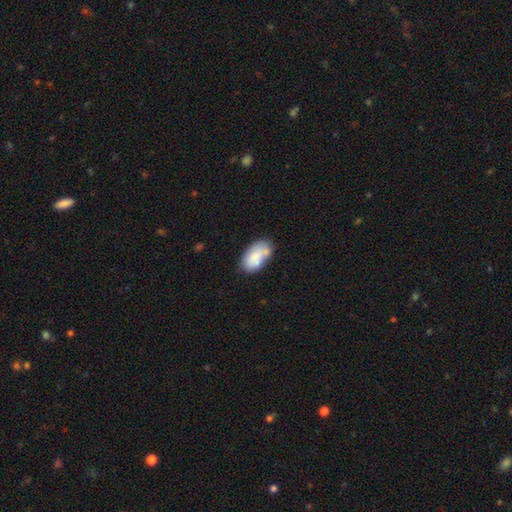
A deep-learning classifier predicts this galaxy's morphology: Smooth or featured: smooth — 73% (featured or disk — 20%)
How rounded: in between — 94% (round — 4%)
Merging: none — 53% (minor disturbance — 23%)